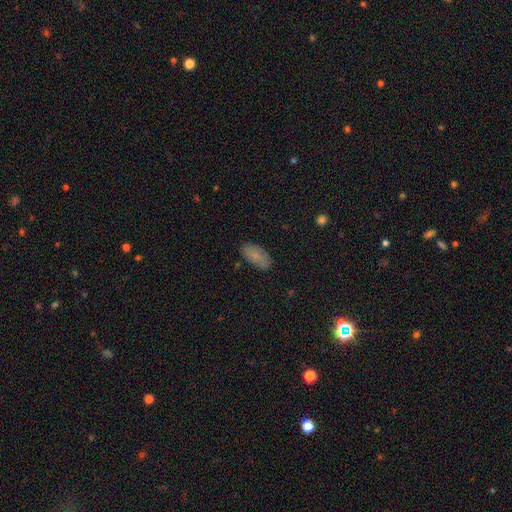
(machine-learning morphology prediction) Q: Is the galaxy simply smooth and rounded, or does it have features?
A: smooth — 76%.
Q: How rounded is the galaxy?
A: in between — 92%.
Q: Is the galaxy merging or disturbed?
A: none — 81%.